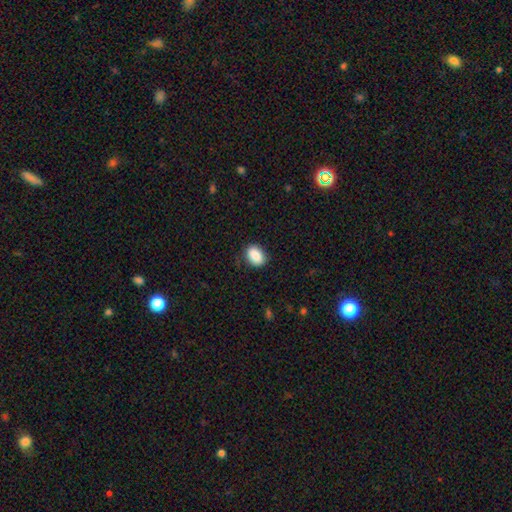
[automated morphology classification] Smooth or featured?
  - smooth: 88% *
  - star or artifact: 7%
  - featured or disk: 5%
How rounded?
  - in between: 78% *
  - round: 20%
  - cigar-shaped: 1%
Merging?
  - none: 85% *
  - minor disturbance: 11%
  - major disturbance: 3%
  - merger: 1%